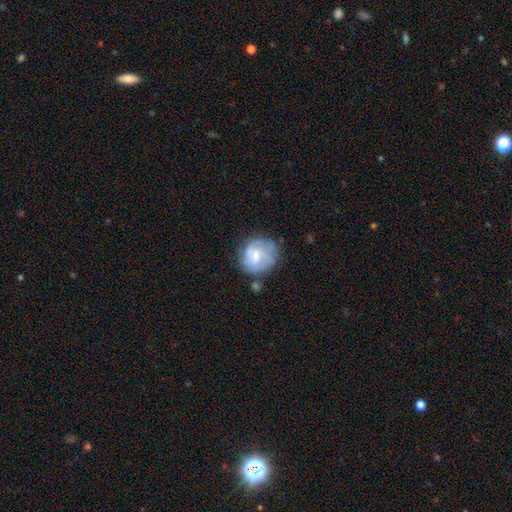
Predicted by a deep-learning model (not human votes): Smooth or featured: featured or disk — 50% (smooth — 42%)
Edge-on disk: no — 98% (yes — 2%)
Merging: none — 51% (minor disturbance — 27%)